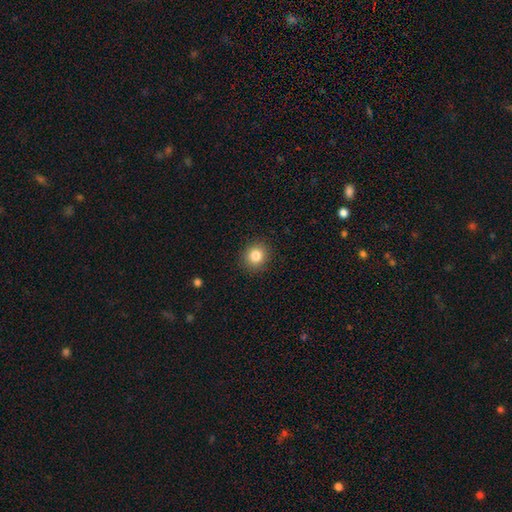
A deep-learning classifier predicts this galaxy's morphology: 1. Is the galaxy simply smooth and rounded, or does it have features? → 84% smooth, 11% star or artifact, 6% featured or disk.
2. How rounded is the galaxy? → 85% round, 14% in between, 1% cigar-shaped.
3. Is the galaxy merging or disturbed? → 90% none, 6% minor disturbance, 2% major disturbance, 1% merger.